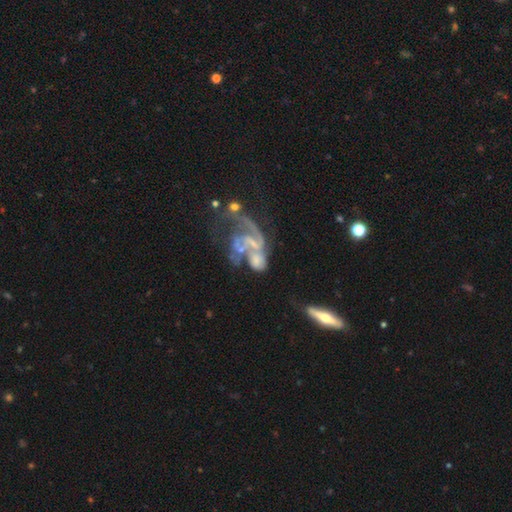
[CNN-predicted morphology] smooth_or_featured: featured or disk (p=0.76) [alt: smooth p=0.13]
disk_edge_on: no (p=0.97) [alt: yes p=0.03]
bar: no (p=0.59) [alt: weak p=0.28]
has_spiral_arms: yes (p=0.69) [alt: no p=0.31]
spiral_winding: loose (p=0.47) [alt: medium p=0.36]
spiral_arm_count: 2 (p=0.44) [alt: 1 p=0.23]
bulge_size: none (p=0.45) [alt: small p=0.35]
merging: merger (p=0.43) [alt: major disturbance p=0.32]